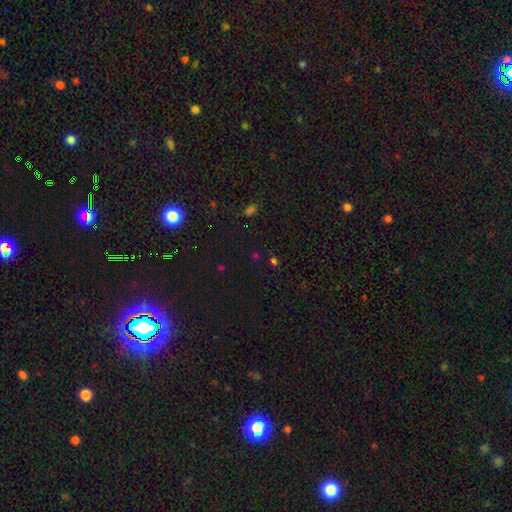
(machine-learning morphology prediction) Smooth or featured?
  - star or artifact: 55% *
  - smooth: 40%
  - featured or disk: 6%